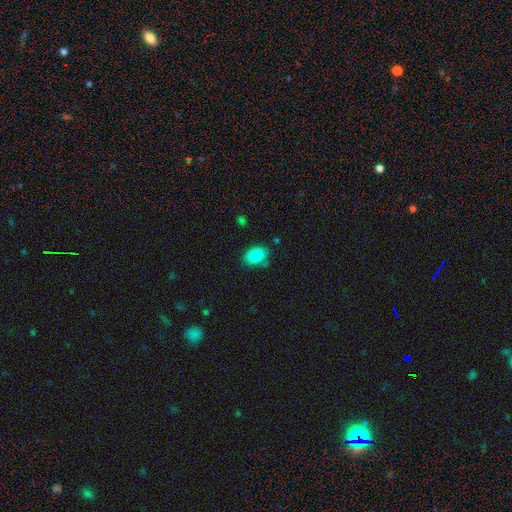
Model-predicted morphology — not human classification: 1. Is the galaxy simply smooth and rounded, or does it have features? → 85% smooth, 8% star or artifact, 6% featured or disk.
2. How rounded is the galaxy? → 77% in between, 22% round, 1% cigar-shaped.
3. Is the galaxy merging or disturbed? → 77% none, 16% minor disturbance, 4% merger, 3% major disturbance.